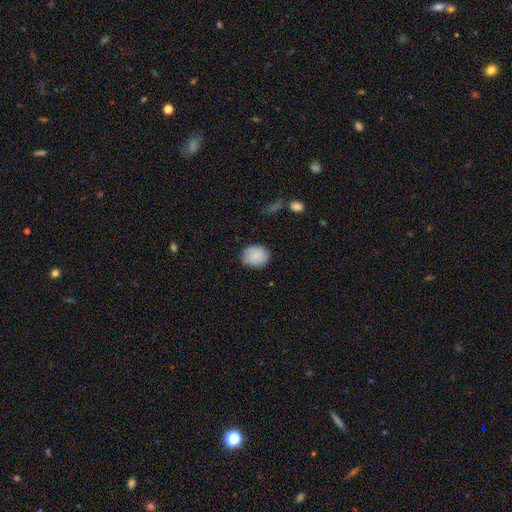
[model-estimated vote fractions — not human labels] This appears to be a smooth galaxy with no disk features (81%) that is round (64%). Merging: none (81%).